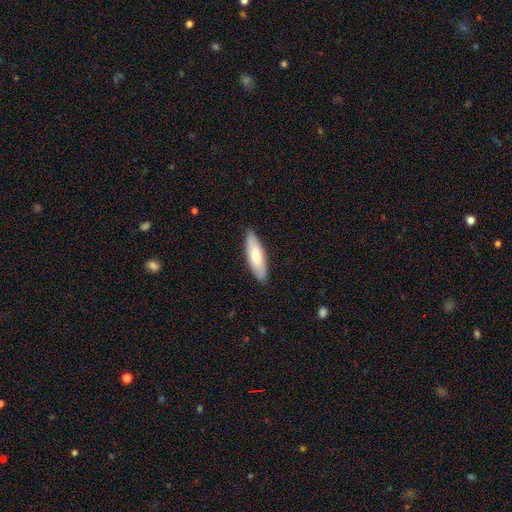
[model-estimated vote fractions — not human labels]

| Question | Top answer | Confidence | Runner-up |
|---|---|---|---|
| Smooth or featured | smooth | 73% | featured or disk (22%) |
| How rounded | in between | 52% | cigar-shaped (47%) |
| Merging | none | 87% | minor disturbance (10%) |